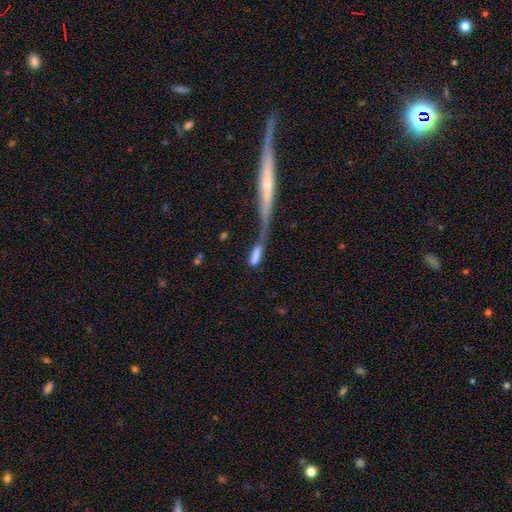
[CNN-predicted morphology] A smooth galaxy with no disk features (72%) that is cigar-shaped (59%). Merging: merger (45%).